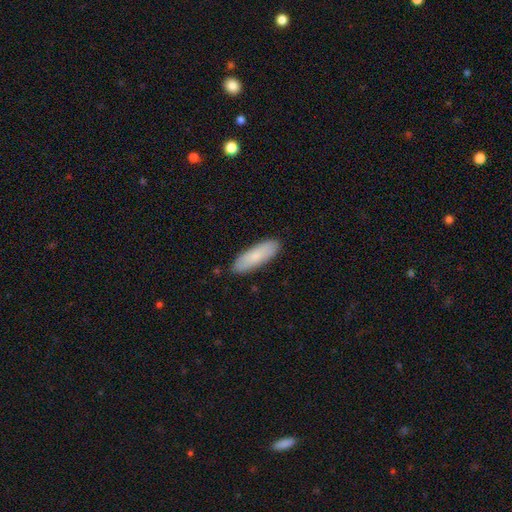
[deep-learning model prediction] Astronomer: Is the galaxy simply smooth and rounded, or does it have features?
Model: smooth — 80%.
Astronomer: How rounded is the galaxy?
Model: cigar-shaped — 50% (runner-up: in between, 49%).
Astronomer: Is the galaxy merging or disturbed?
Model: none — 87%.